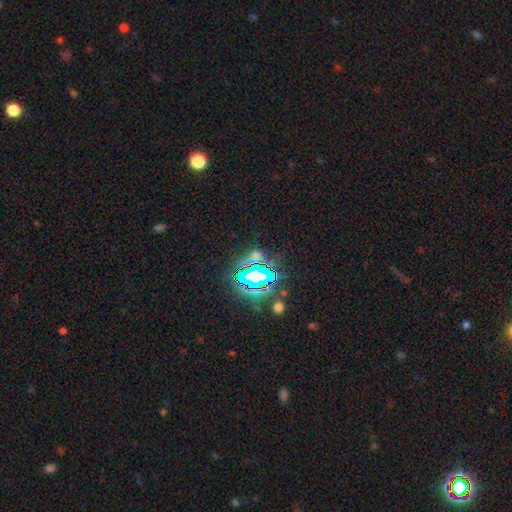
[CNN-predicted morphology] This is likely a star or artifact rather than a galaxy (65%).